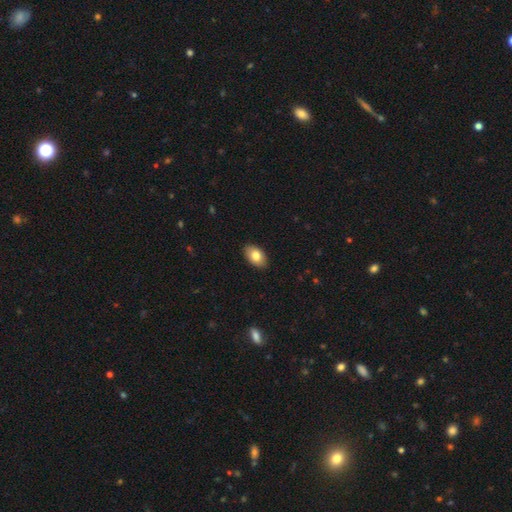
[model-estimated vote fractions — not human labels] This appears to be a smooth galaxy with no disk features (80%) that is in between round and cigar-shaped (92%). Merging: none (89%).